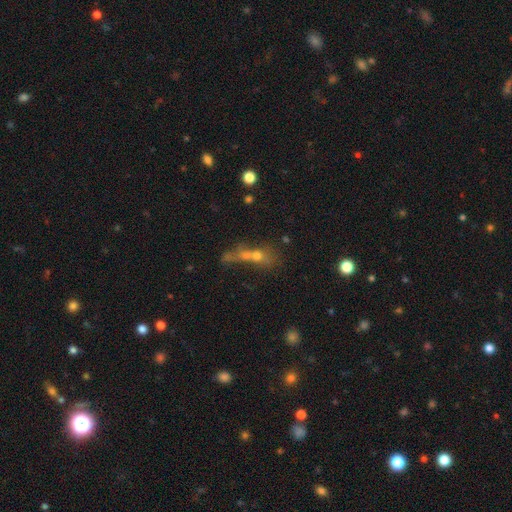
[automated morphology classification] Smooth or featured: smooth — 45% (featured or disk — 31%)
Merging: merger — 50% (none — 27%)